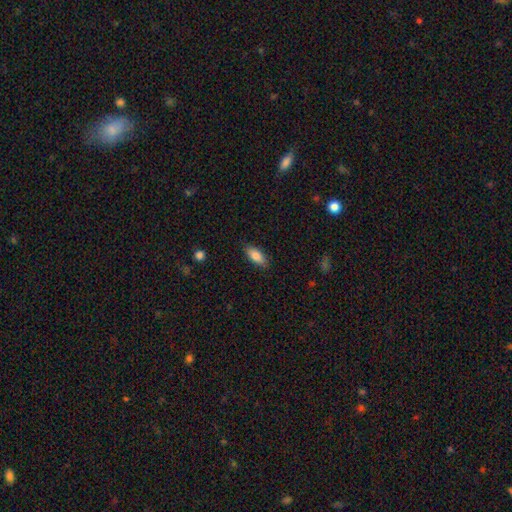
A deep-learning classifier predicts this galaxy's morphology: The model was most divided on "how rounded": in between: 82%, cigar-shaped: 16%, round: 2%. More confident: merging — none (86%); smooth or featured — smooth (83%).